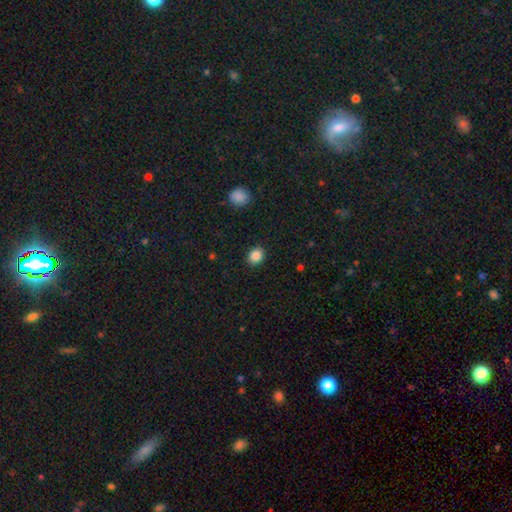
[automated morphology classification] A smooth galaxy with no disk features (86%) that is round (63%). Merging: none (89%).